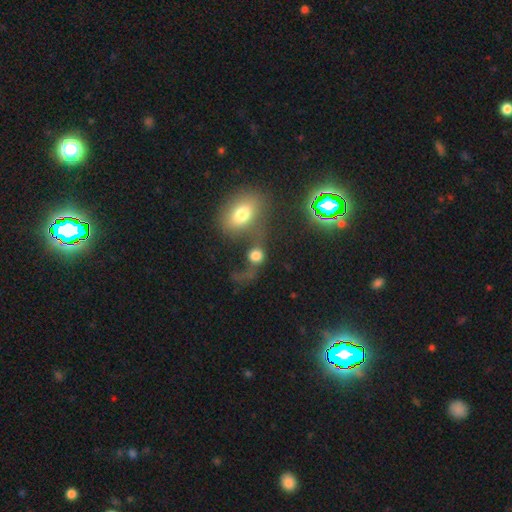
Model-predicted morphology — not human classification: A smooth galaxy with no disk features (63%) that is round (65%). Merging: merger (36%).